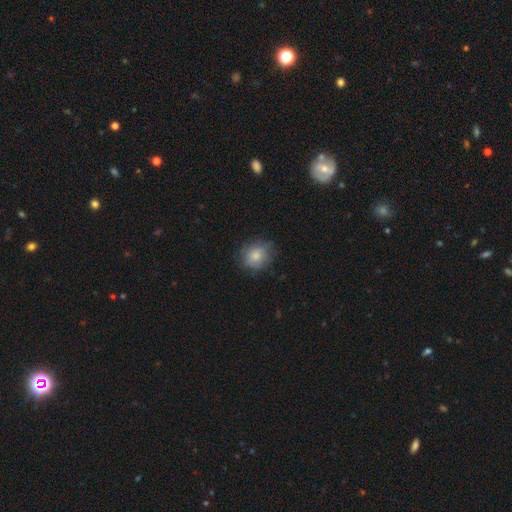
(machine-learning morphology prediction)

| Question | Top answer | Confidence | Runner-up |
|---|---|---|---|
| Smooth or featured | smooth | 80% | featured or disk (12%) |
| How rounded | round | 70% | in between (29%) |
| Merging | none | 72% | minor disturbance (21%) |